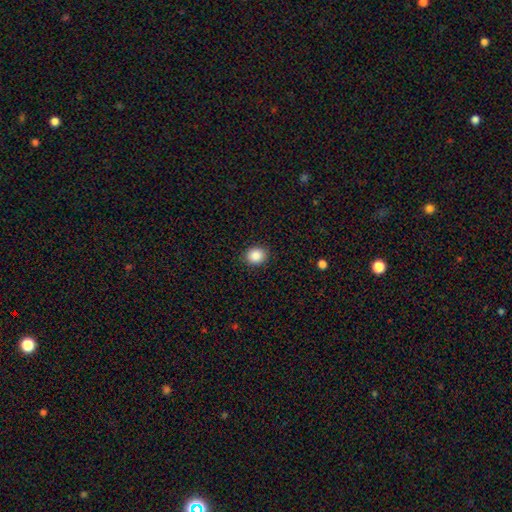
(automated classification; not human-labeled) This appears to be a smooth galaxy with no disk features (88%) that is round (72%). Merging: none (90%).